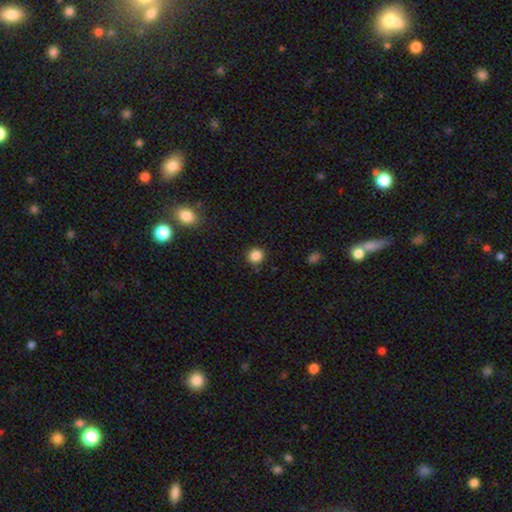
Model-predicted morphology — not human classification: The model was most divided on "smooth or featured": smooth: 86%, star or artifact: 11%, featured or disk: 3%. More confident: merging — none (89%); how rounded — round (88%).